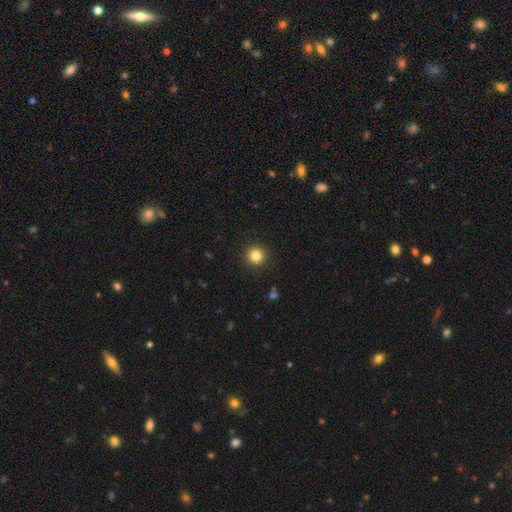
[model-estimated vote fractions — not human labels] A smooth galaxy with no disk features (84%) that is round (95%). Merging: none (93%).